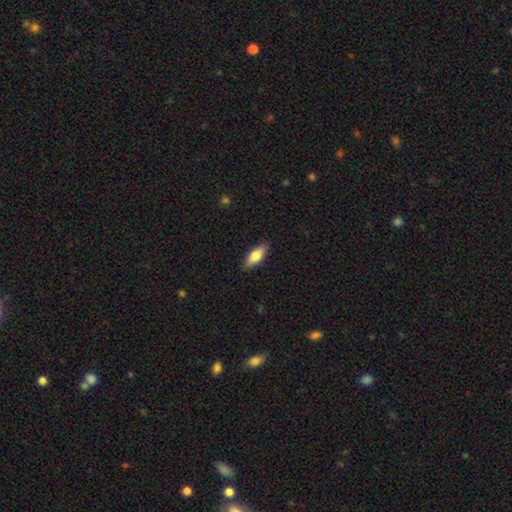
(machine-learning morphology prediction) Smooth or featured?
  - smooth: 76% *
  - featured or disk: 18%
  - star or artifact: 6%
How rounded?
  - in between: 73% *
  - cigar-shaped: 24%
  - round: 2%
Merging?
  - none: 88% *
  - minor disturbance: 9%
  - major disturbance: 2%
  - merger: 1%